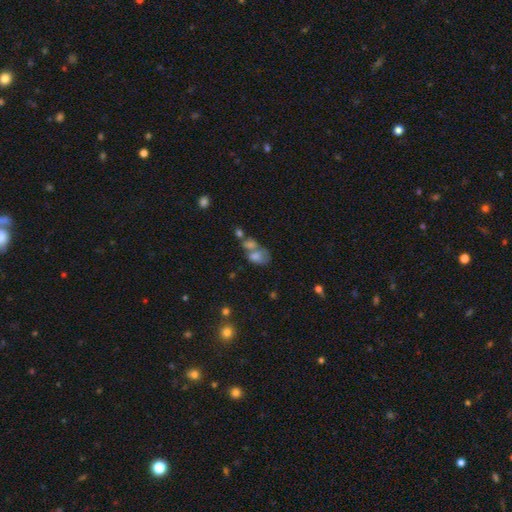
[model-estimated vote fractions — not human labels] Smooth or featured: smooth — 56% (featured or disk — 26%)
How rounded: in between — 81% (round — 17%)
Merging: merger — 50% (none — 25%)